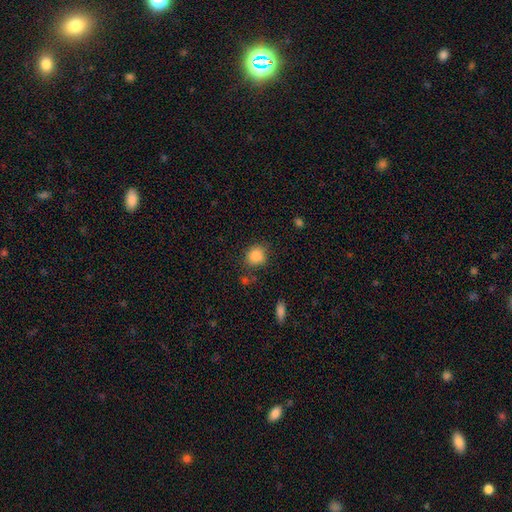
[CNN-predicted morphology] type=smooth (86%); roundness=round (74%); merging=none (75%).